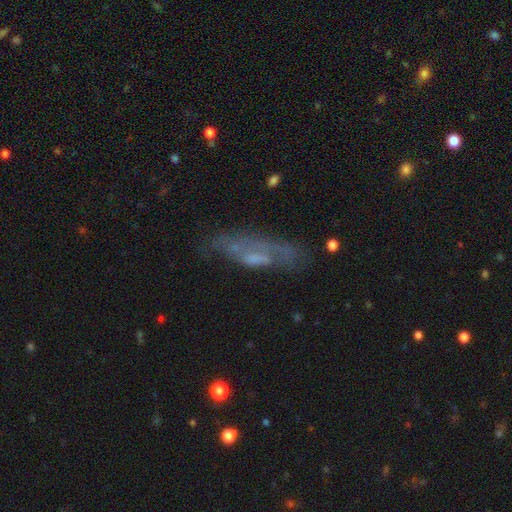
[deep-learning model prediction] A featured or disk galaxy (52%). Merging: none (47%).